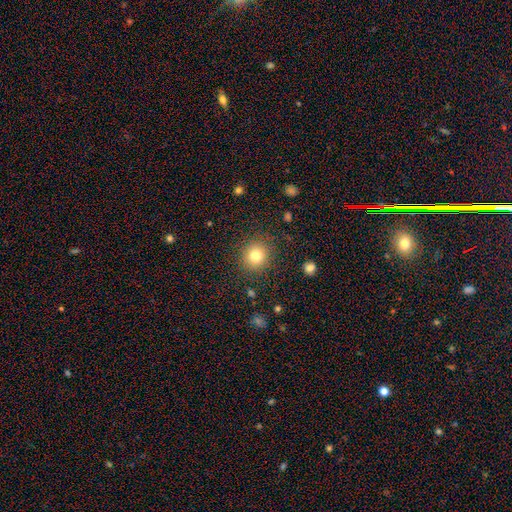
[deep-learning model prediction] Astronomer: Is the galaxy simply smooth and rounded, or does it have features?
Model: smooth — 80%.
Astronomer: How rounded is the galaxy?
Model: round — 86%.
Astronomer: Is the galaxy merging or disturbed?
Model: none — 88%.